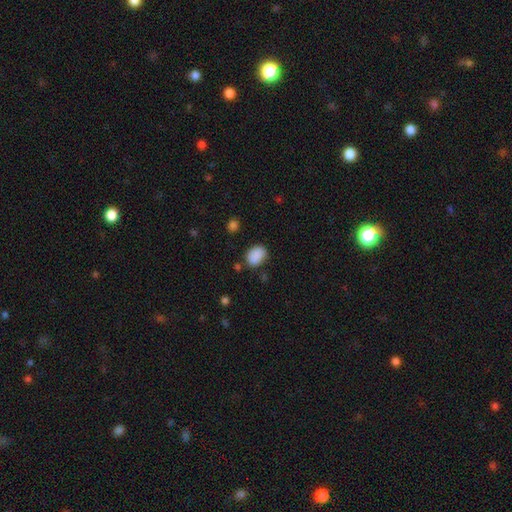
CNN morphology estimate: Q: Smooth or featured?
A: smooth (88%); runner-up: star or artifact (8%)
Q: How rounded?
A: in between (74%); runner-up: round (25%)
Q: Merging?
A: none (77%); runner-up: minor disturbance (16%)